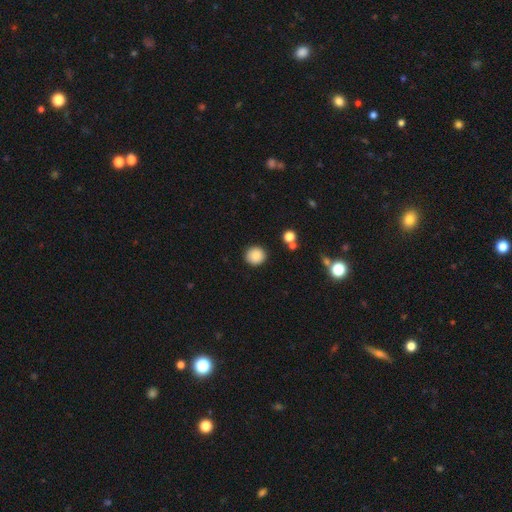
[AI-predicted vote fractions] The model was most divided on "smooth or featured": smooth: 86%, star or artifact: 9%, featured or disk: 4%. More confident: how rounded — round (92%); merging — none (90%).